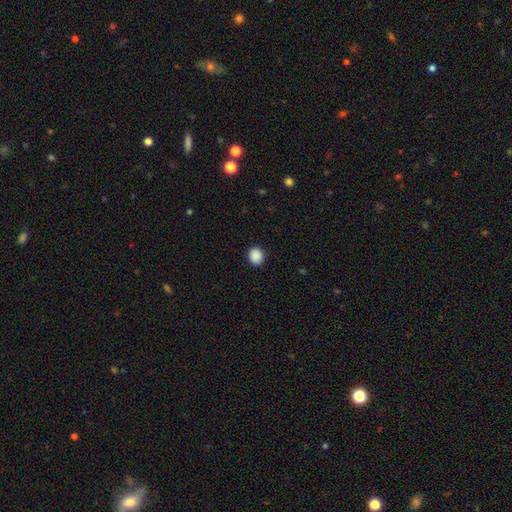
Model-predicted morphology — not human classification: This appears to be a smooth galaxy with no disk features (90%) that is round (73%). Merging: none (90%).